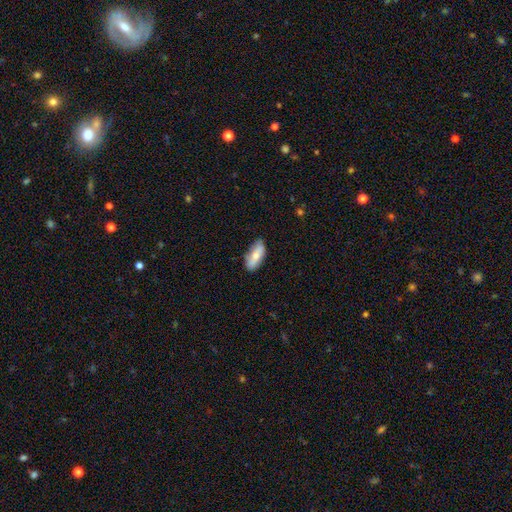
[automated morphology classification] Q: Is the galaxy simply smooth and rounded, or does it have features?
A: smooth — 65%.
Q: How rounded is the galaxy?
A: in between — 79%.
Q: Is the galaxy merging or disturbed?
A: none — 76%.